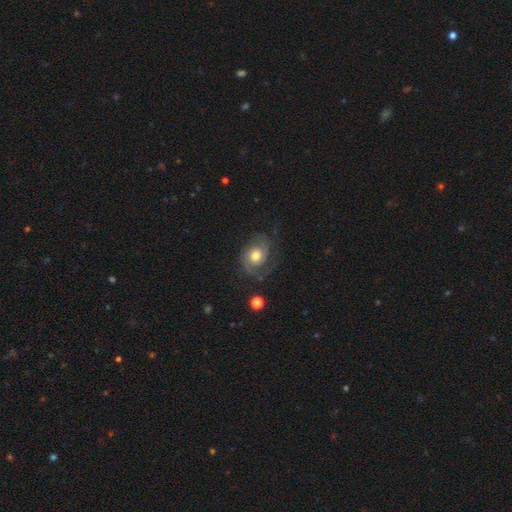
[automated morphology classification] Overall: featured or disk (76%). Edge-on disk: no (98%). Bar: no (75%). Spiral arms: yes (94%). Spiral arm count: 2 (67%). Spiral winding: tight (42%, tied with medium). Bulge size: moderate (62%; large 26%). Merging: none (67%).